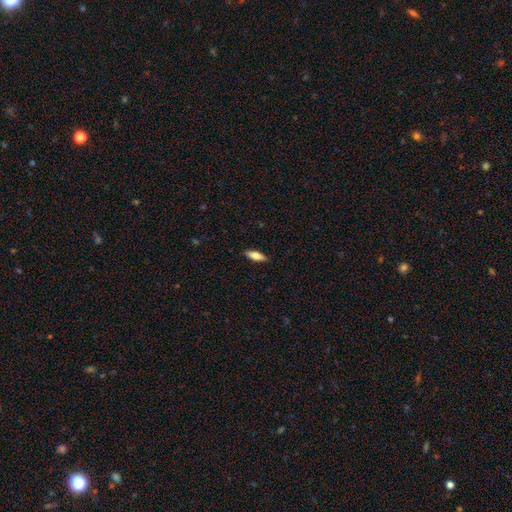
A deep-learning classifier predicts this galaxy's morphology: Smooth or featured: smooth — 69% (featured or disk — 24%)
How rounded: in between — 57% (cigar-shaped — 41%)
Merging: none — 89% (minor disturbance — 8%)